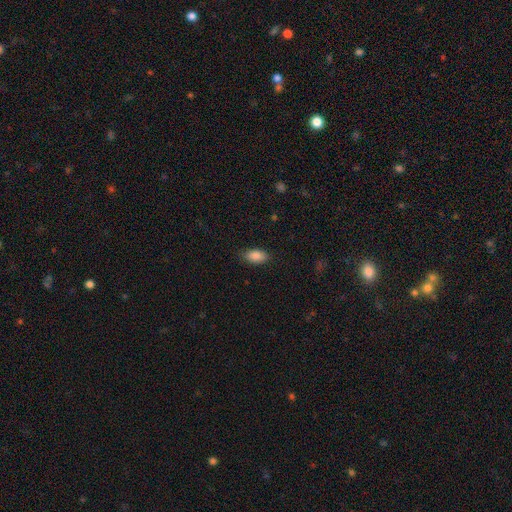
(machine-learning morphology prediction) smooth-or-featured: smooth: 88% | star or artifact: 7% | featured or disk: 5%
  how-rounded: in between: 92% | cigar-shaped: 4% | round: 4%
  merging: none: 85% | minor disturbance: 11% | major disturbance: 3% | merger: 1%